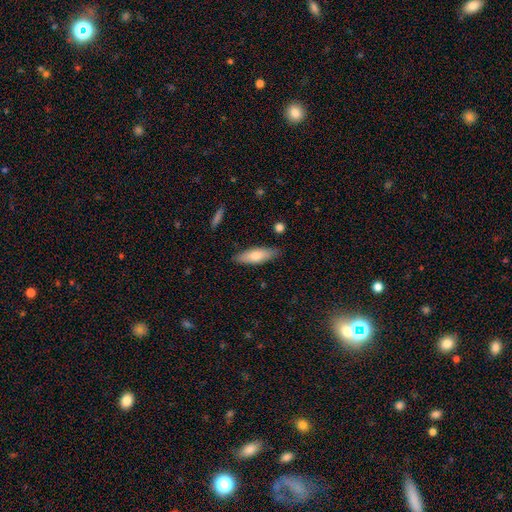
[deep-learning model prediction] A smooth galaxy with no disk features (73%) that is in between round and cigar-shaped (53%). Merging: none (85%).